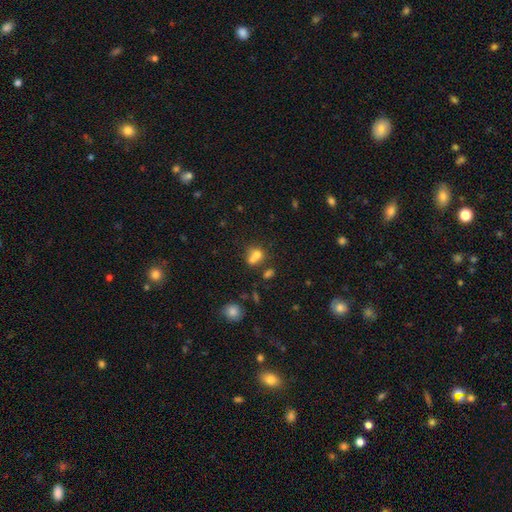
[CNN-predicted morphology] smooth-or-featured: smooth: 68% | featured or disk: 17% | star or artifact: 14%
  how-rounded: round: 67% | in between: 32% | cigar-shaped: 1%
  merging: merger: 58% | none: 30% | minor disturbance: 8% | major disturbance: 4%